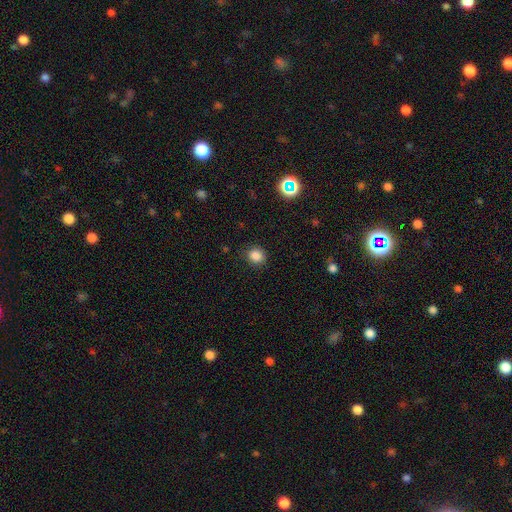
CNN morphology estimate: The model was most divided on "how rounded": round: 83%, in between: 16%, cigar-shaped: 1%. More confident: merging — none (87%); smooth or featured — smooth (83%).